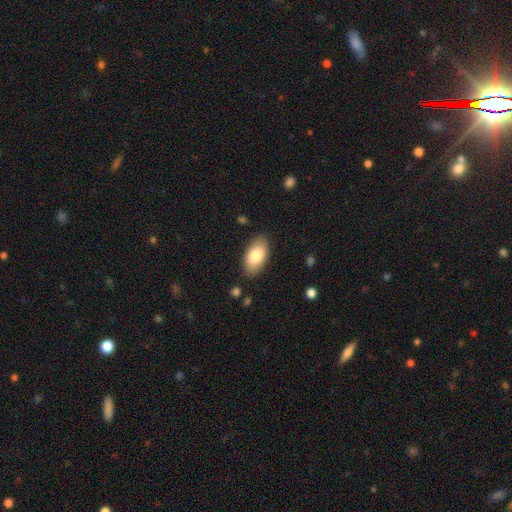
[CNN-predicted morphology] Smooth or featured? smooth (81%)
How rounded? in between (94%)
Merging? none (85%)